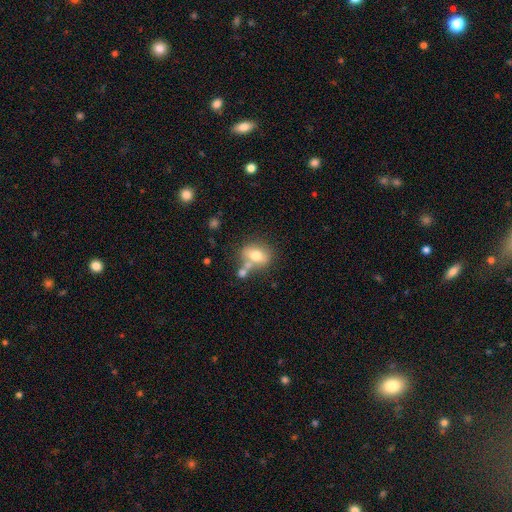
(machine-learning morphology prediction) Smooth or featured? Predicted: smooth (p=0.68). How rounded? Predicted: in between (p=0.56). Merging? Predicted: none (p=0.52).